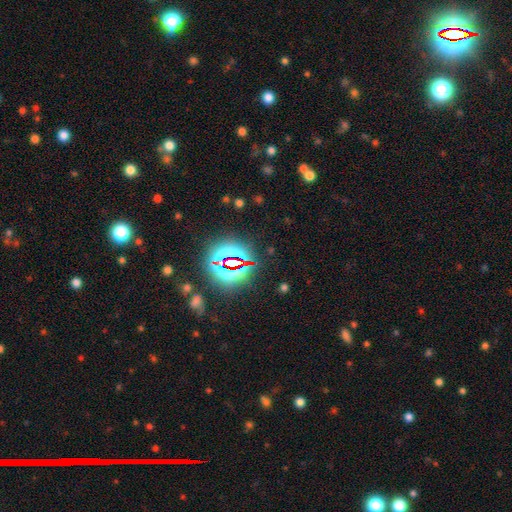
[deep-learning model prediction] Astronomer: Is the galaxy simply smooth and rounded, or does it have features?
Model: star or artifact — 80%.